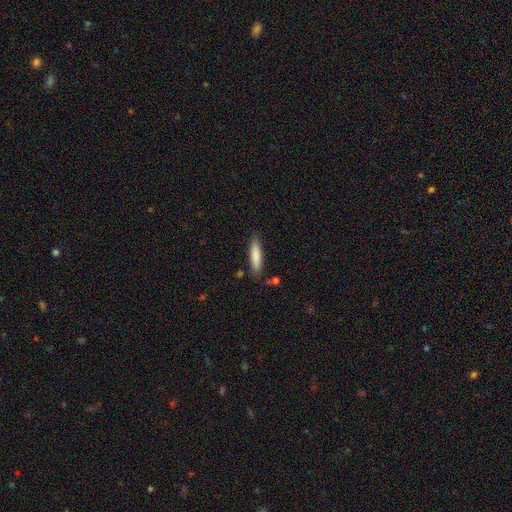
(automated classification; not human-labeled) A smooth galaxy with no disk features (83%) that is cigar-shaped (78%). Merging: none (84%).